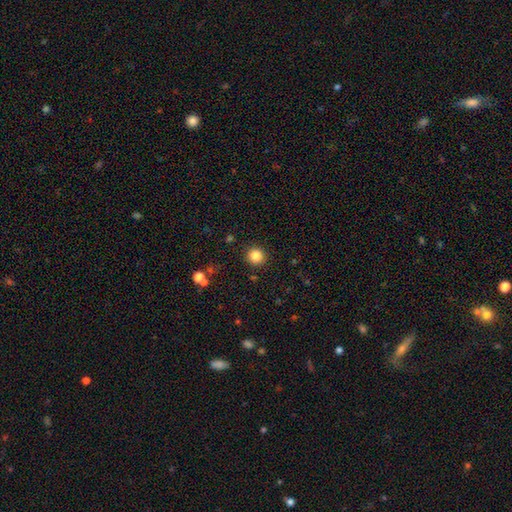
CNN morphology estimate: Q: Smooth or featured?
A: smooth (84%); runner-up: star or artifact (11%)
Q: How rounded?
A: round (94%); runner-up: in between (5%)
Q: Merging?
A: none (91%); runner-up: minor disturbance (5%)